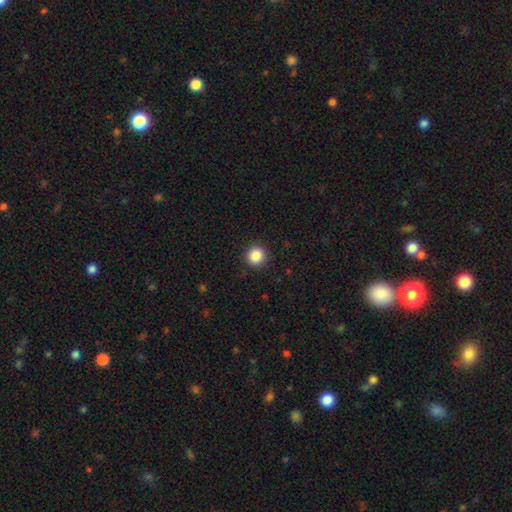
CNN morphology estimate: The model was most divided on "smooth or featured": smooth: 86%, star or artifact: 10%, featured or disk: 4%. More confident: how rounded — round (93%); merging — none (92%).